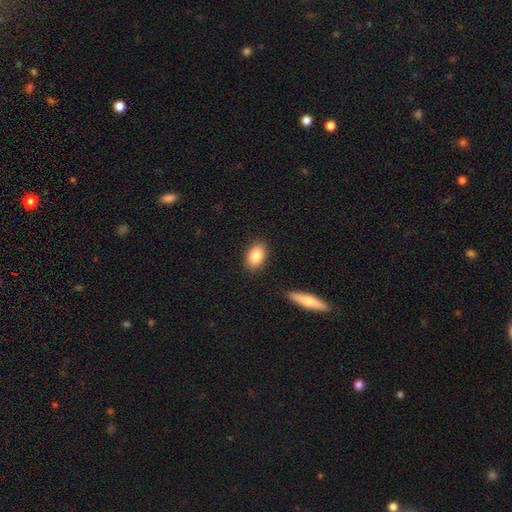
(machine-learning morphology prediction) This appears to be a smooth galaxy with no disk features (83%) that is in between round and cigar-shaped (85%). Merging: none (87%).